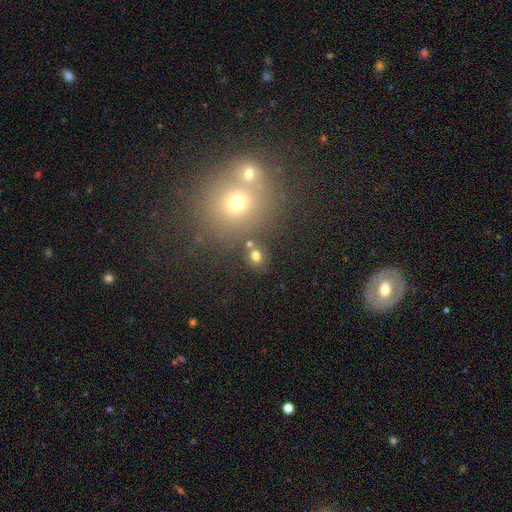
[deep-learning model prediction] Smooth or featured? smooth (74%)
How rounded? round (57%)
Merging? none (76%)